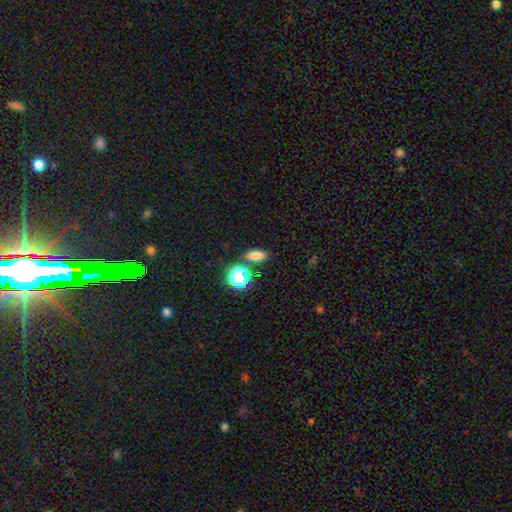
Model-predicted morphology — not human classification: type=smooth (74%); roundness=in between (75%); merging=none (78%).